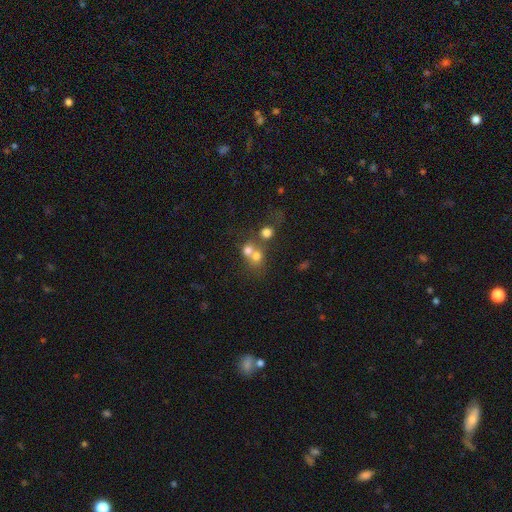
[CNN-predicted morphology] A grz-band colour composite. It shows a smooth galaxy with no disk features (67%) that is round (79%). Merging: merger (57%).